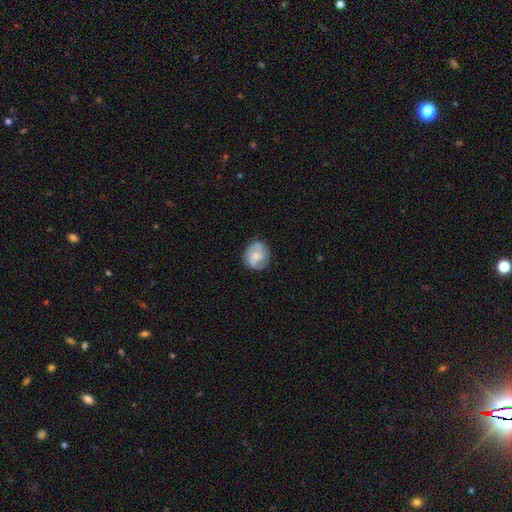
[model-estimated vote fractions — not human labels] Q: Smooth or featured?
A: featured or disk (50%); runner-up: smooth (43%)
Q: Merging?
A: none (75%); runner-up: minor disturbance (18%)